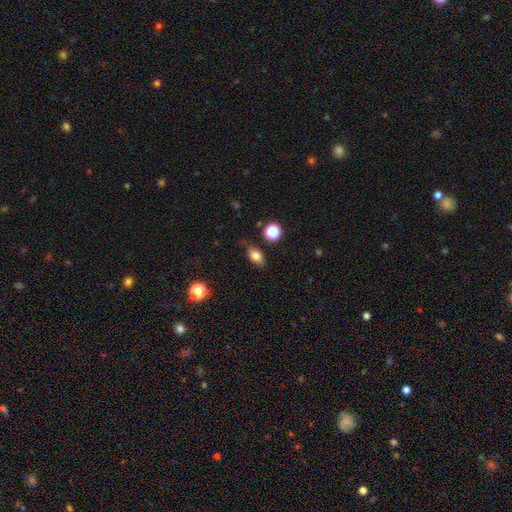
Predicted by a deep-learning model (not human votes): Overall: smooth (82%). How rounded: in between (79%). Merging: none (74%).